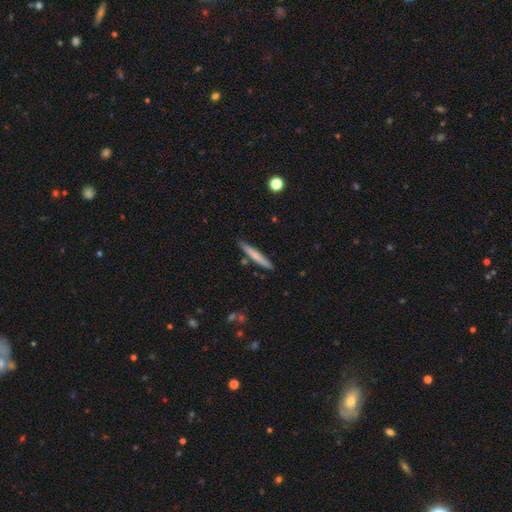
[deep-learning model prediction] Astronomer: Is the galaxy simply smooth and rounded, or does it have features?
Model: smooth — 65%.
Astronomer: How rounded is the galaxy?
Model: cigar-shaped — 95%.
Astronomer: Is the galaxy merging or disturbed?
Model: none — 85%.